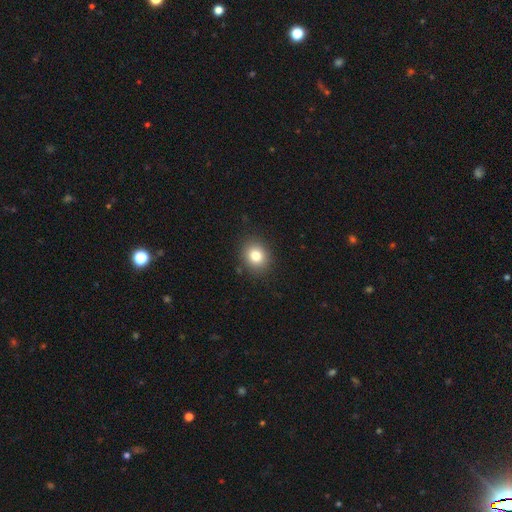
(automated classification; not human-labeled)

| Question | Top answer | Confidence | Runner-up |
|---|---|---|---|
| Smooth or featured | smooth | 81% | star or artifact (11%) |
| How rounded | round | 72% | in between (27%) |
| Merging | none | 88% | minor disturbance (8%) |